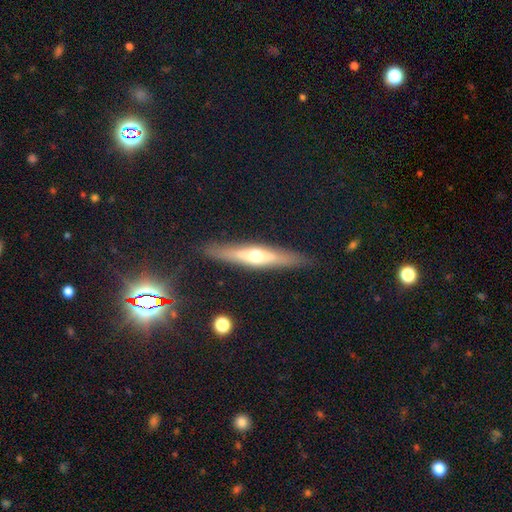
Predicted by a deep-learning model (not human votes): Q: Smooth or featured?
A: featured or disk (59%); runner-up: smooth (35%)
Q: Edge-on disk?
A: yes (89%); runner-up: no (11%)
Q: Edge-on bulge?
A: rounded (87%); runner-up: none (9%)
Q: Merging?
A: none (87%); runner-up: minor disturbance (9%)